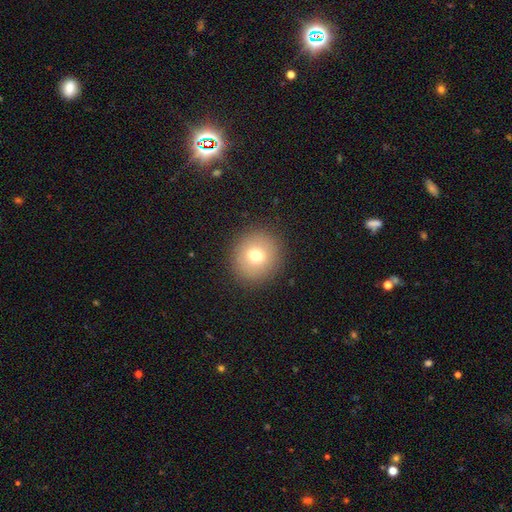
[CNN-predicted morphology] Smooth or featured?
  - smooth: 73% *
  - featured or disk: 16%
  - star or artifact: 12%
How rounded?
  - round: 90% *
  - in between: 9%
  - cigar-shaped: 1%
Merging?
  - none: 90% *
  - minor disturbance: 6%
  - major disturbance: 3%
  - merger: 1%